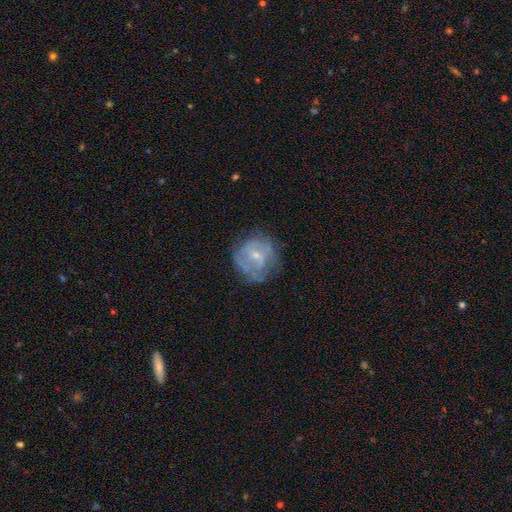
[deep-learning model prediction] A featured or disk galaxy (63%) with no bar (50%), spiral arms (60%) and a small central bulge (67%).

Vote fractions:
- Smooth or featured? featured or disk: 63% / smooth: 30% / star or artifact: 8%
- Edge-on disk? no: 97% / yes: 3%
- Bar? no: 50% / weak: 40% / strong: 10%
- Spiral arms? yes: 60% / no: 40%
- Bulge size? small: 67% / moderate: 27% / none: 4% / large: 1% / dominant: 1%
- Merging? none: 62% / minor disturbance: 23% / major disturbance: 14% / merger: 2%